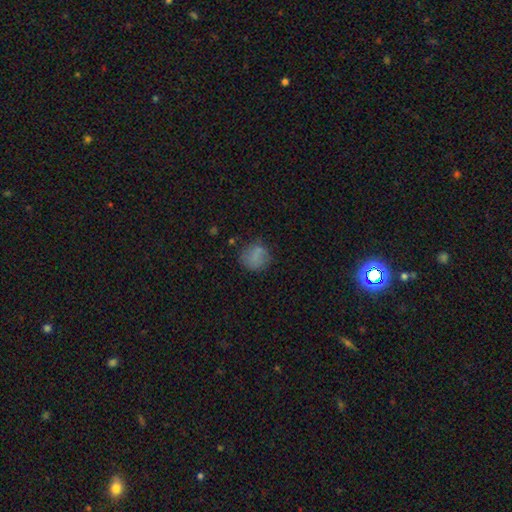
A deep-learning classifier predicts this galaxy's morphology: Smooth or featured? smooth (75%)
How rounded? round (80%)
Merging? none (65%)